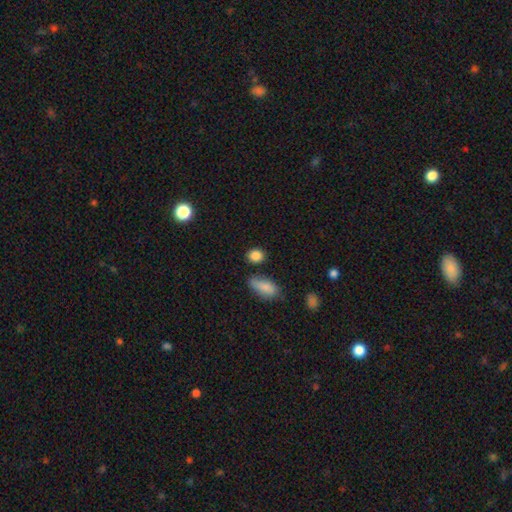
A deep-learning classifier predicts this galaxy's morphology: smooth 85%, star or artifact 10%, featured or disk 5%. Down the decision tree: how rounded — round (60%); merging — none (78%).